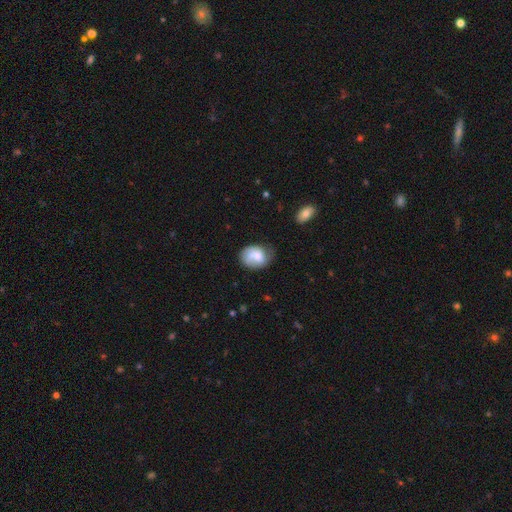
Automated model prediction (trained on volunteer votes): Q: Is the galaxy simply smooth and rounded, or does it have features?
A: smooth — 57%.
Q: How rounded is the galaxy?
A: in between — 56%.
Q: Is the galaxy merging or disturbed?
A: none — 50%.